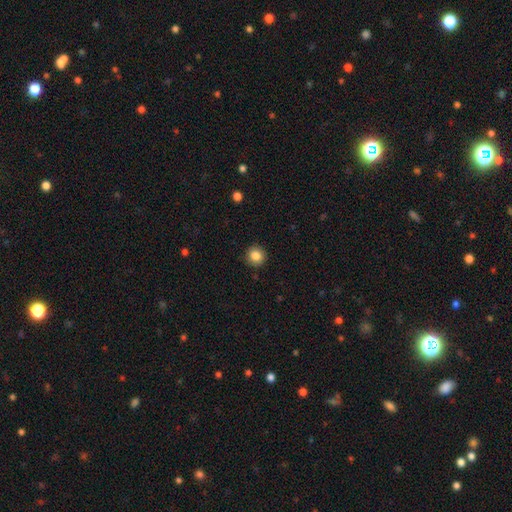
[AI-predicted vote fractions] Smooth or featured? Predicted: smooth (p=0.85). How rounded? Predicted: round (p=0.92). Merging? Predicted: none (p=0.91).